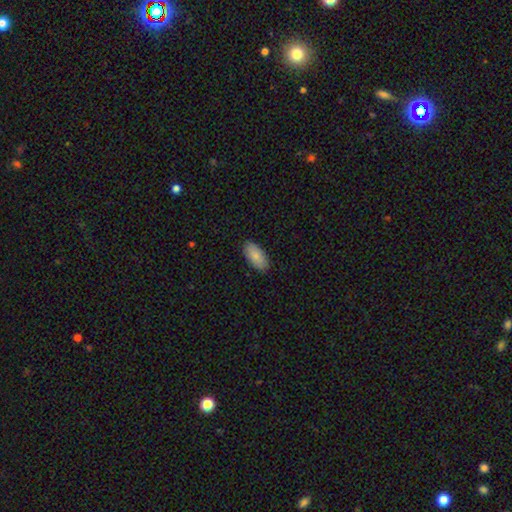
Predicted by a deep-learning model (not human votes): This is clearly a smooth galaxy (84%). How rounded: clearly in between (94%). Merging: clearly none (88%).